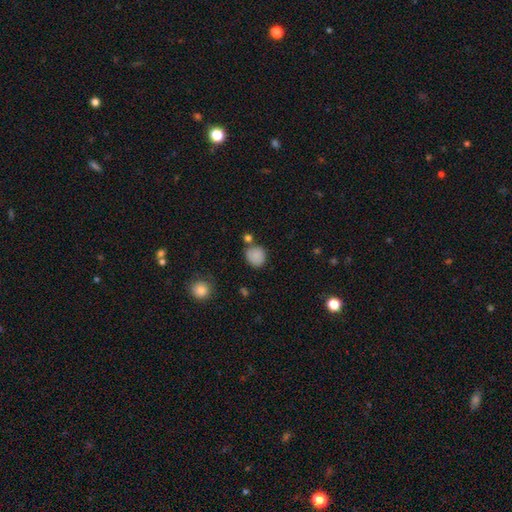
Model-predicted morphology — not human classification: A smooth galaxy with no disk features (85%) that is round (80%). Merging: none (69%).